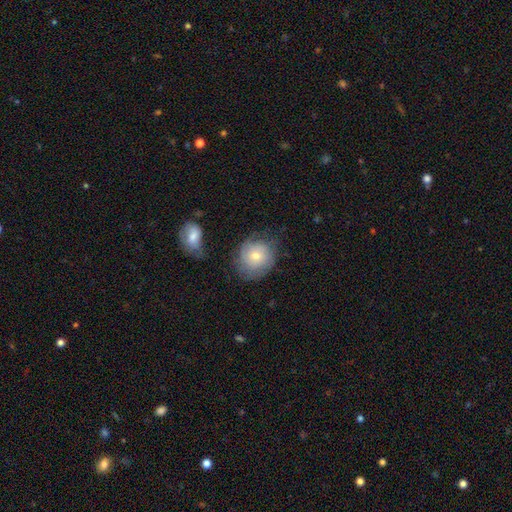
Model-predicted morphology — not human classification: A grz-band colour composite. It shows a smooth galaxy with no disk features (61%) that is round (83%). Merging: none (64%).